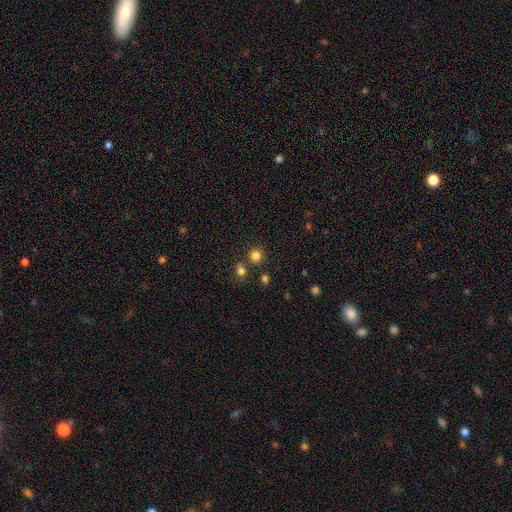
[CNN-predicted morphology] smooth_or_featured: smooth (p=0.82) [alt: star or artifact p=0.14]
how_rounded: round (p=0.86) [alt: in between p=0.13]
merging: none (p=0.77) [alt: merger p=0.12]